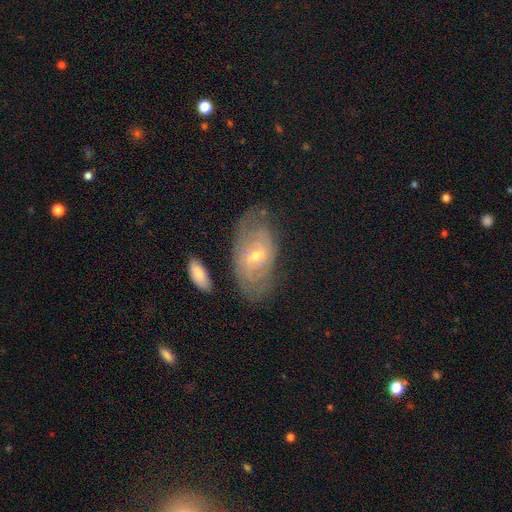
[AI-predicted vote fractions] Overall: featured or disk (72%). Edge-on disk: no (94%). Bar: no (45%, tied with weak). Spiral arms: yes (82%). Spiral arm count: can't tell (50%; 2 33%). Spiral winding: tight (63%; medium 27%). Bulge size: small (56%; moderate 41%). Merging: none (67%).